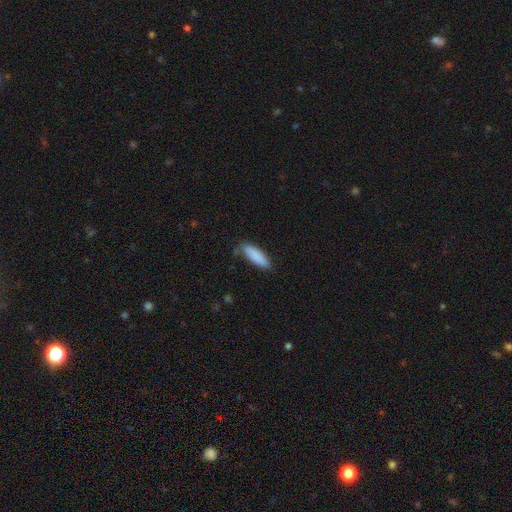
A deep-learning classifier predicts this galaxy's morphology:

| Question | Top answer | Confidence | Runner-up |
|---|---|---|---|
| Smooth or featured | smooth | 87% | featured or disk (7%) |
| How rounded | in between | 54% | cigar-shaped (45%) |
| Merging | none | 69% | minor disturbance (24%) |